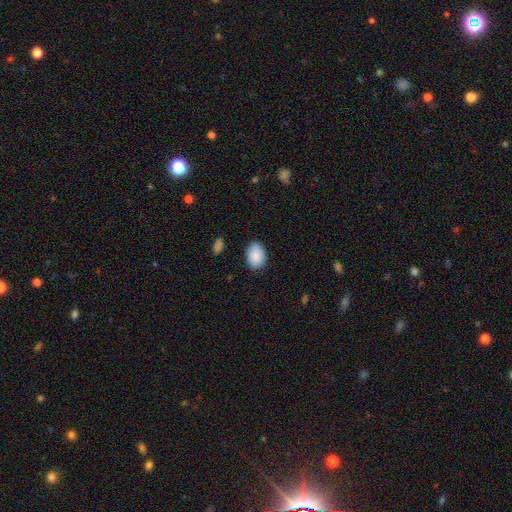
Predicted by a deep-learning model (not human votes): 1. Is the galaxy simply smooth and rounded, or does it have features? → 89% smooth, 7% star or artifact, 5% featured or disk.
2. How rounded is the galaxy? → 82% in between, 17% round, 1% cigar-shaped.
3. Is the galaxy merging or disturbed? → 83% none, 13% minor disturbance, 3% major disturbance, 1% merger.